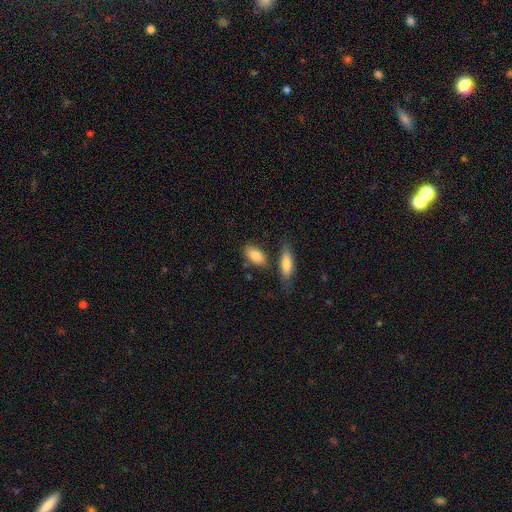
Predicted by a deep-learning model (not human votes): Smooth or featured?
  - smooth: 85% *
  - featured or disk: 8%
  - star or artifact: 6%
How rounded?
  - in between: 90% *
  - cigar-shaped: 7%
  - round: 4%
Merging?
  - none: 67% *
  - minor disturbance: 15%
  - merger: 14%
  - major disturbance: 4%